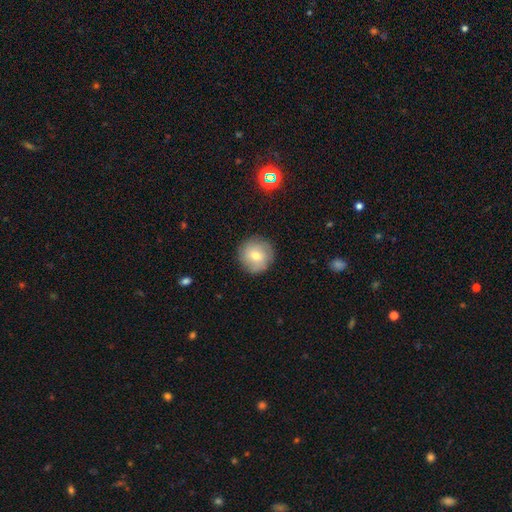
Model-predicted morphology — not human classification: type=smooth (67%); roundness=round (95%); merging=none (87%).